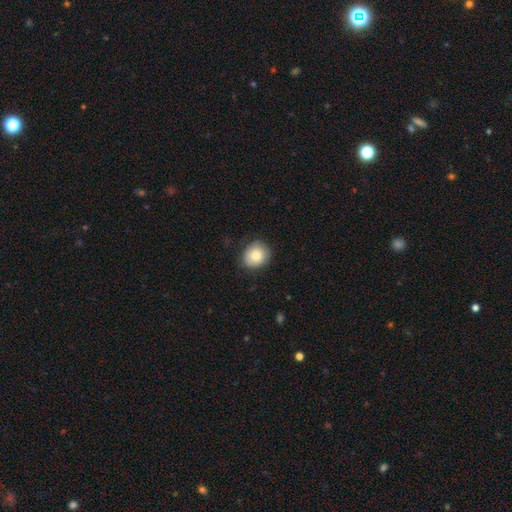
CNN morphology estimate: Smooth or featured: smooth — 83% (featured or disk — 10%)
How rounded: round — 74% (in between — 25%)
Merging: none — 80% (minor disturbance — 16%)